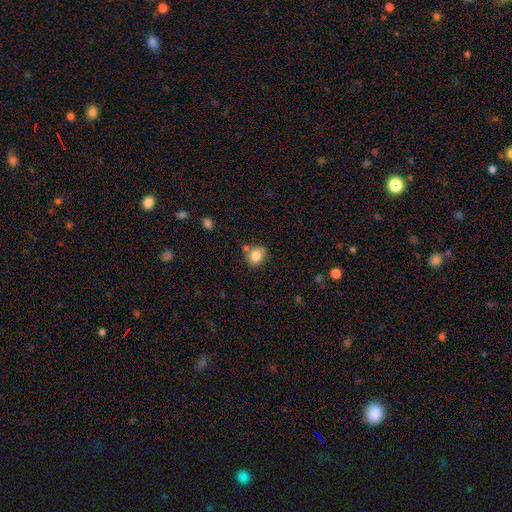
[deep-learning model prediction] This is clearly a smooth galaxy (82%). How rounded: clearly round (81%). Merging: likely none (70%).